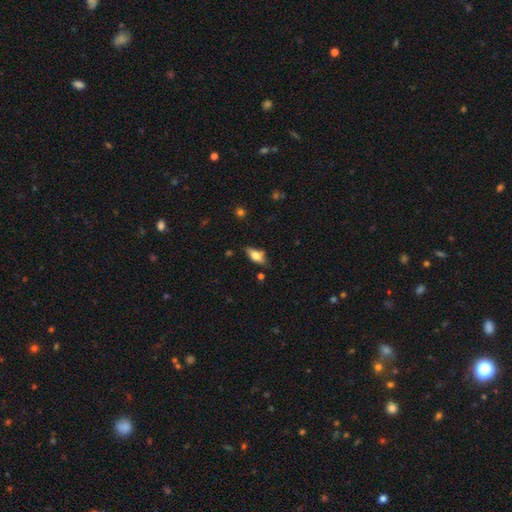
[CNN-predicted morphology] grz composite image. It shows a smooth galaxy with no disk features (64%) that is in between round and cigar-shaped (78%). Merging: none (72%).